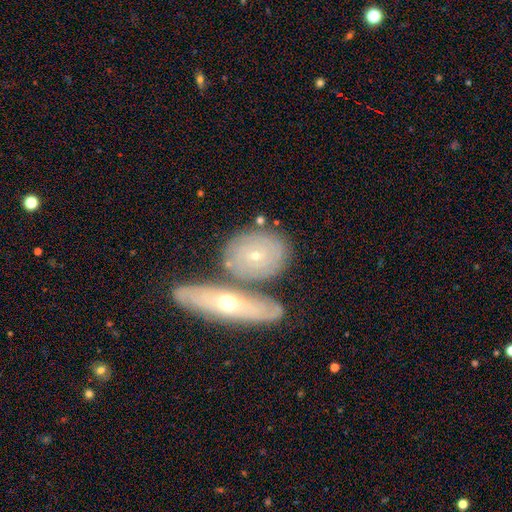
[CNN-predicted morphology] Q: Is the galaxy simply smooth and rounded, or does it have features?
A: featured or disk — 64%.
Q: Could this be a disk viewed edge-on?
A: no — 85%.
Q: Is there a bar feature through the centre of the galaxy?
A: no — 85%.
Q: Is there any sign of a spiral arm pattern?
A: yes — 62%.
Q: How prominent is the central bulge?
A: small — 66%.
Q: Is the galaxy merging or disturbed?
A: none — 67%.